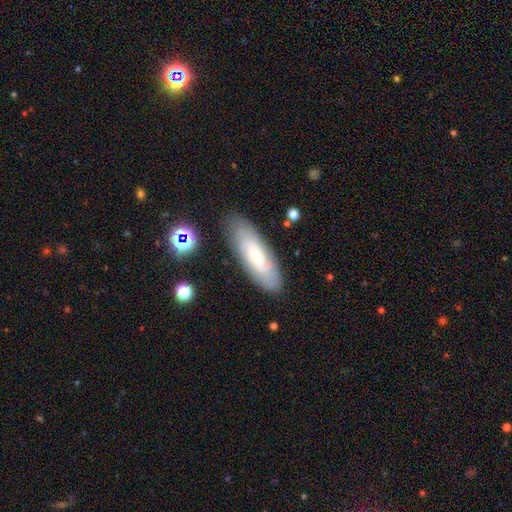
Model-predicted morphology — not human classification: Smooth or featured? smooth (51%)
How rounded? in between (56%)
Merging? none (82%)